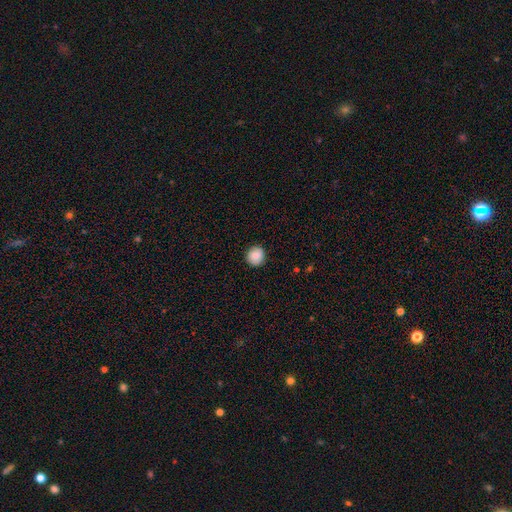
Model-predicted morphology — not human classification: Smooth or featured: smooth — 86% (star or artifact — 8%)
How rounded: round — 91% (in between — 8%)
Merging: none — 90% (minor disturbance — 7%)